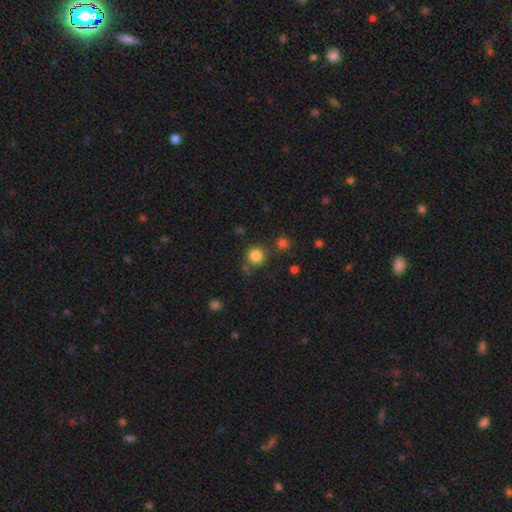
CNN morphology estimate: Smooth or featured? Predicted: smooth (p=0.83). How rounded? Predicted: round (p=0.92). Merging? Predicted: none (p=0.76).